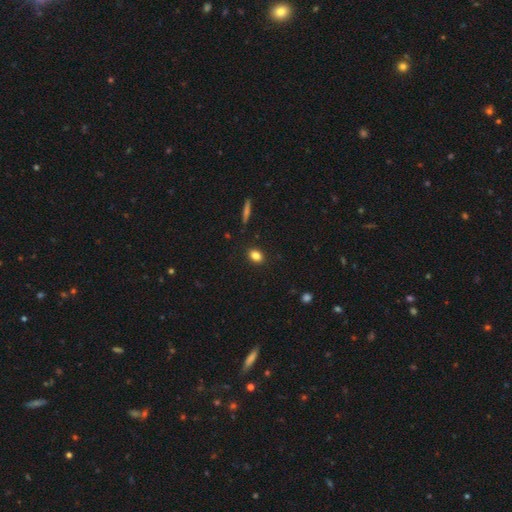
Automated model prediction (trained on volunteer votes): smooth 83%, star or artifact 10%, featured or disk 6%. Down the decision tree: how rounded — in between (65%); merging — none (89%).